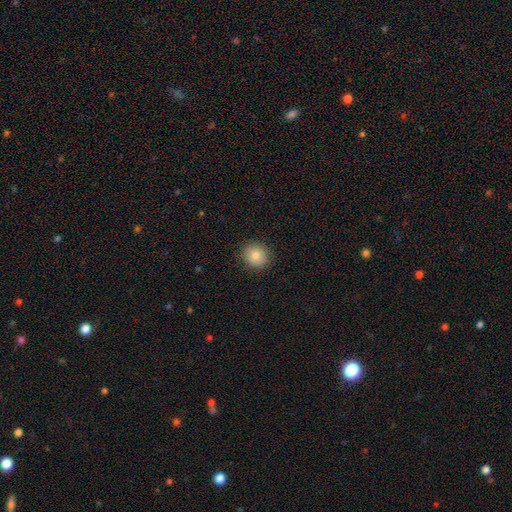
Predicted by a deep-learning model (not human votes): Overall: smooth (81%). How rounded: round (88%). Merging: none (90%).